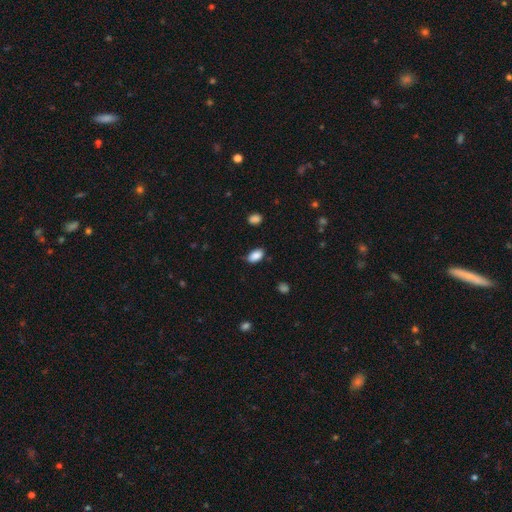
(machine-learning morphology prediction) This appears to be a smooth galaxy with no disk features (88%) that is in between round and cigar-shaped (91%). Merging: none (75%).